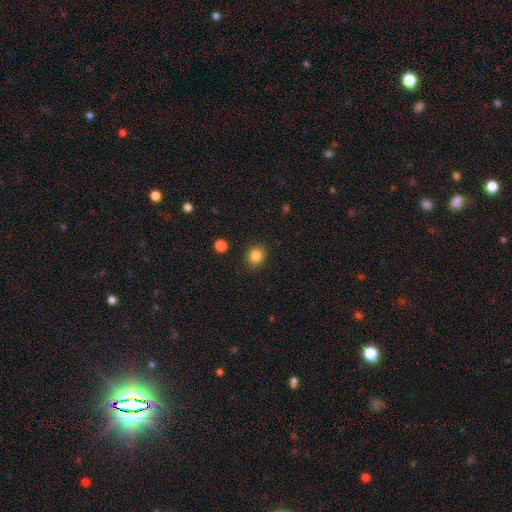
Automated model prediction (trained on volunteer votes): A smooth galaxy with no disk features (84%) that is round (72%). Merging: none (88%).